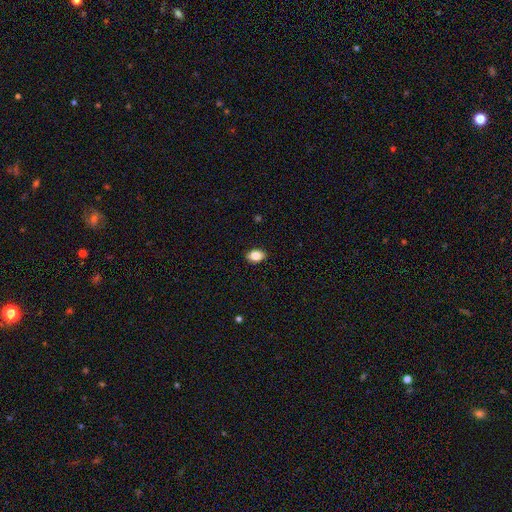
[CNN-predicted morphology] This is clearly a smooth galaxy (85%). How rounded: clearly in between (84%). Merging: clearly none (90%).